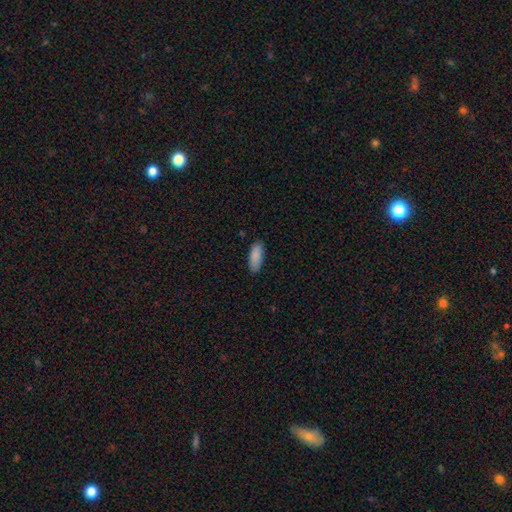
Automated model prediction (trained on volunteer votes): A smooth galaxy with no disk features (88%) that is in between round and cigar-shaped (78%).

Vote fractions:
- Smooth or featured? smooth: 88% / star or artifact: 6% / featured or disk: 6%
- How rounded? in between: 78% / cigar-shaped: 20% / round: 2%
- Merging? none: 84% / minor disturbance: 13% / major disturbance: 2% / merger: 1%